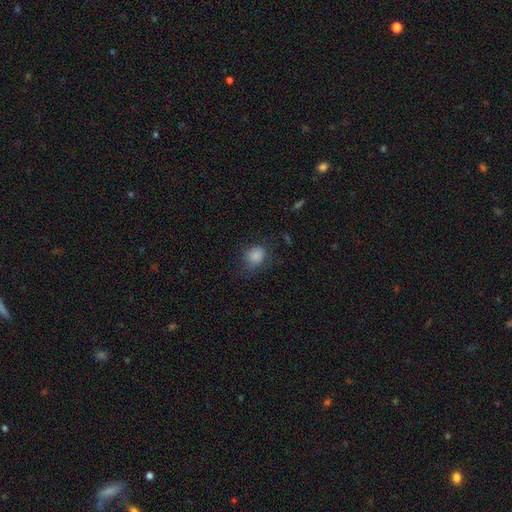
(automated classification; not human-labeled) This appears to be a smooth galaxy with no disk features (83%) that is round (58%). Merging: none (61%).